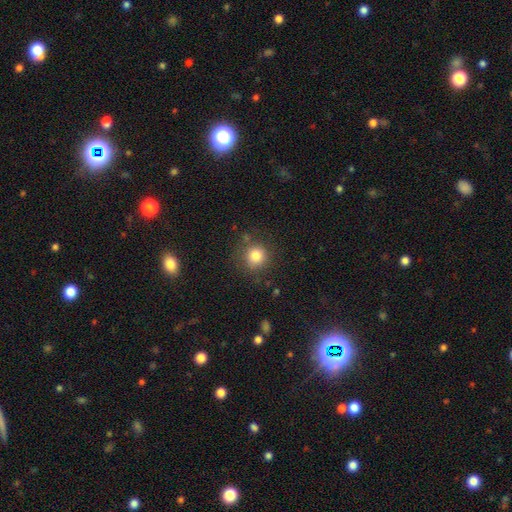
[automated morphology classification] type=smooth (81%); roundness=round (90%); merging=none (82%).